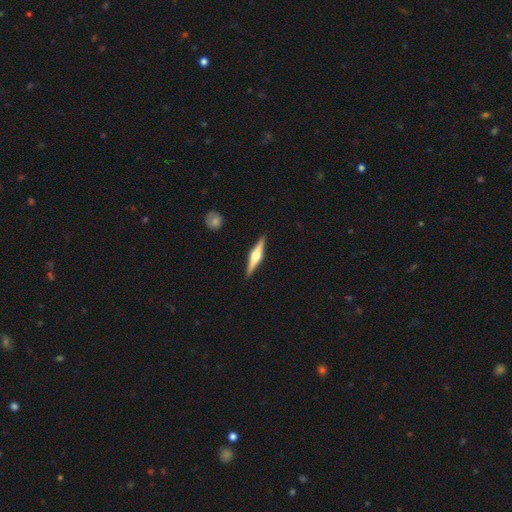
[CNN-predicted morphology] A featured or disk galaxy (74%) viewed edge-on (98%) with a rounded central bulge (93%). Merging: none (91%).